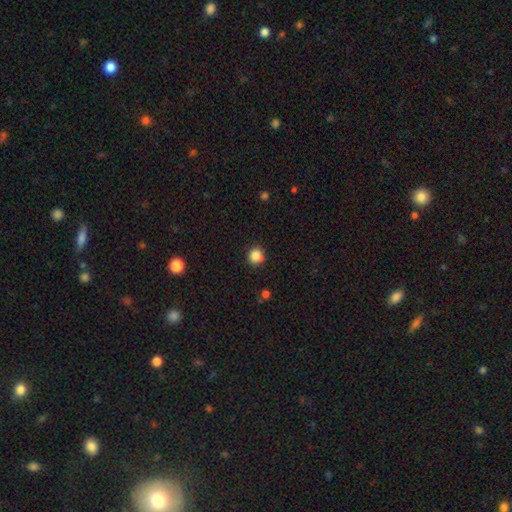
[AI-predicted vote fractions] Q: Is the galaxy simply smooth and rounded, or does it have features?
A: smooth — 85%.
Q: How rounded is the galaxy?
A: round — 87%.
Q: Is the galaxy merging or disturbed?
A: none — 81%.